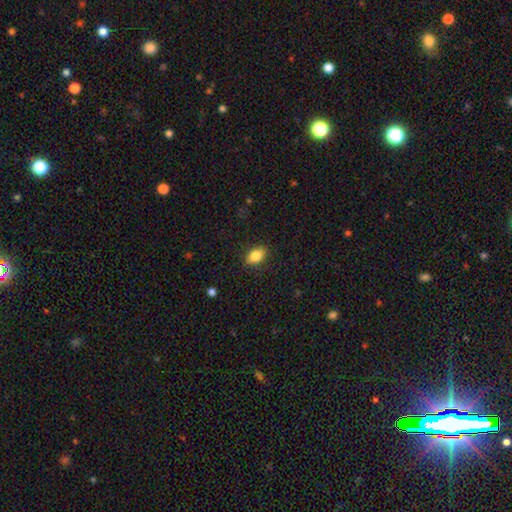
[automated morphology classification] Smooth or featured?
  - smooth: 82% *
  - featured or disk: 10%
  - star or artifact: 8%
How rounded?
  - in between: 84% *
  - round: 13%
  - cigar-shaped: 4%
Merging?
  - none: 86% *
  - minor disturbance: 10%
  - major disturbance: 2%
  - merger: 1%